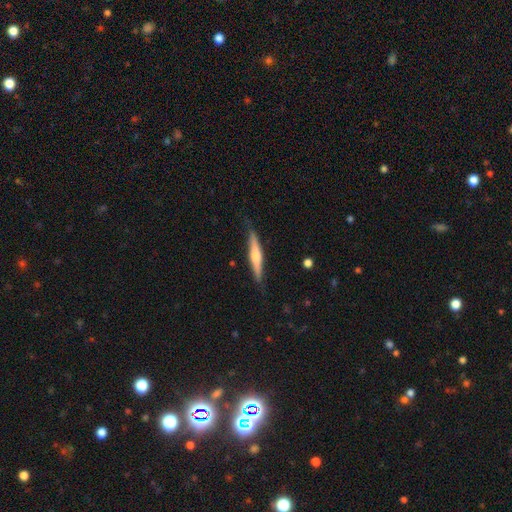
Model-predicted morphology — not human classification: The model was most divided on "smooth or featured": featured or disk: 54%, smooth: 41%, star or artifact: 5%. More confident: edge-on disk — yes (96%); merging — none (83%); edge-on bulge — rounded (75%).